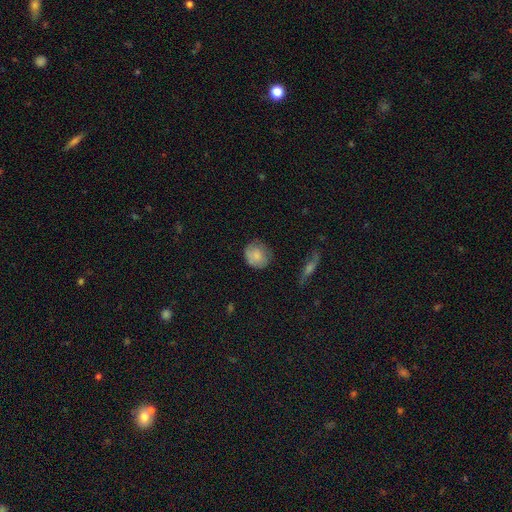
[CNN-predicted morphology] Smooth or featured? smooth (79%)
How rounded? round (80%)
Merging? none (68%)